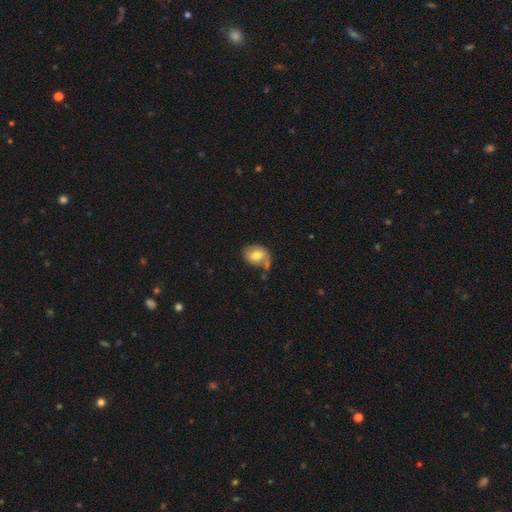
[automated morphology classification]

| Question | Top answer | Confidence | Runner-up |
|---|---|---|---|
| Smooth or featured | smooth | 65% | featured or disk (27%) |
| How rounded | in between | 60% | round (39%) |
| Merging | none | 48% | minor disturbance (26%) |